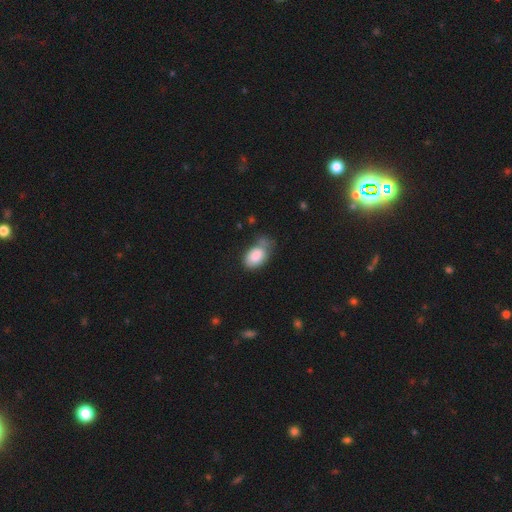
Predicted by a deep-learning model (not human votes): Smooth or featured? Predicted: smooth (p=0.84). How rounded? Predicted: in between (p=0.89). Merging? Predicted: none (p=0.41).